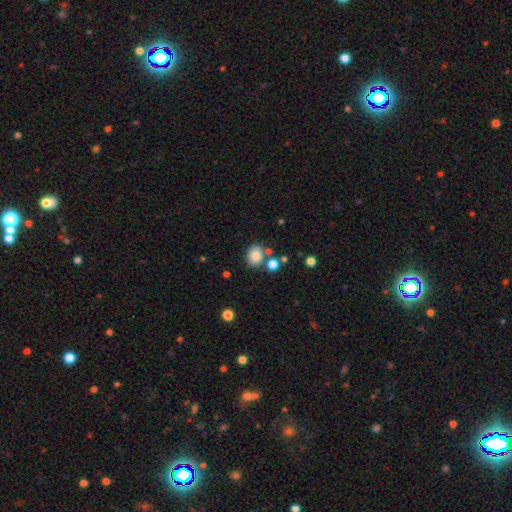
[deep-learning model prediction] This appears to be a smooth galaxy with no disk features (82%) that is round (53%). Merging: none (71%).